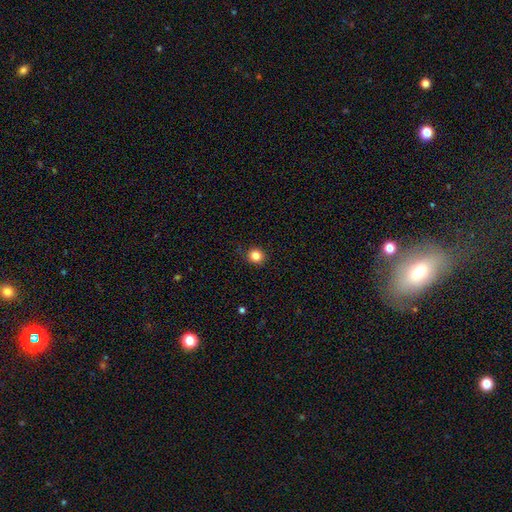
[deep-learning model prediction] Smooth or featured? Predicted: smooth (p=0.83). How rounded? Predicted: round (p=0.88). Merging? Predicted: none (p=0.90).